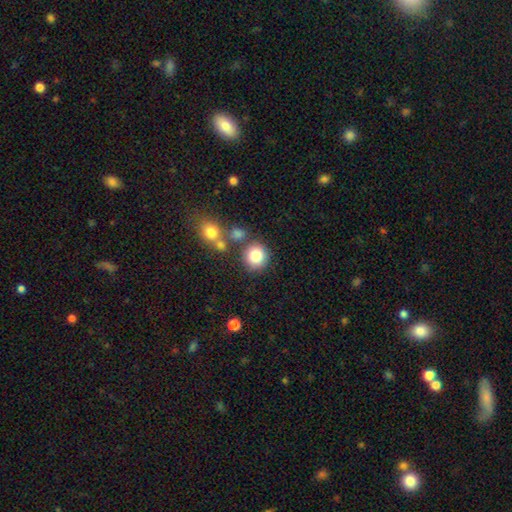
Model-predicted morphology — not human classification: smooth-or-featured: smooth: 83% | star or artifact: 10% | featured or disk: 8%
  how-rounded: round: 88% | in between: 11% | cigar-shaped: 1%
  merging: none: 75% | merger: 11% | minor disturbance: 10% | major disturbance: 4%